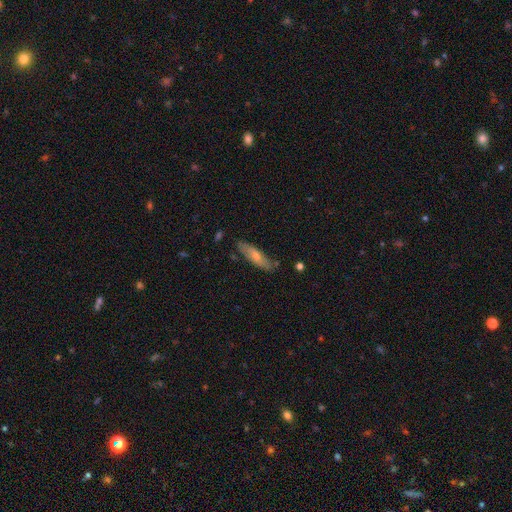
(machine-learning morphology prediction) A smooth galaxy with no disk features (50%). Merging: none (81%).